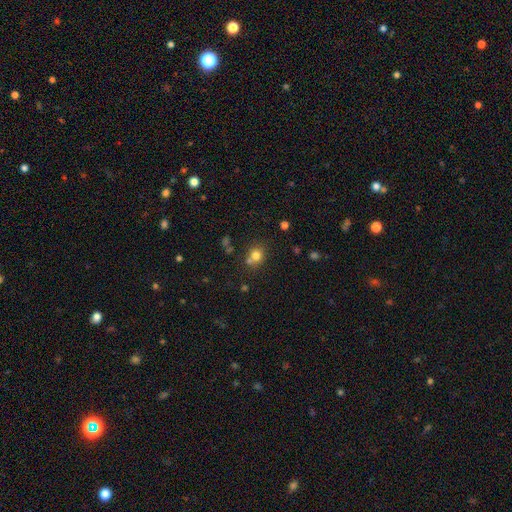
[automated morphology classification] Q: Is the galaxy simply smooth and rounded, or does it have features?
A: smooth — 77%.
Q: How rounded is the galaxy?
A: round — 79%.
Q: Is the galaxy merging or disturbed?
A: none — 65%.